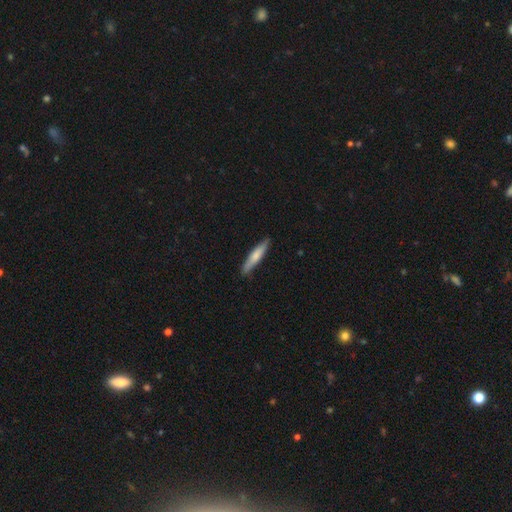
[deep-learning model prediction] Smooth or featured: smooth — 64% (featured or disk — 31%)
How rounded: cigar-shaped — 89% (in between — 9%)
Merging: none — 87% (minor disturbance — 10%)